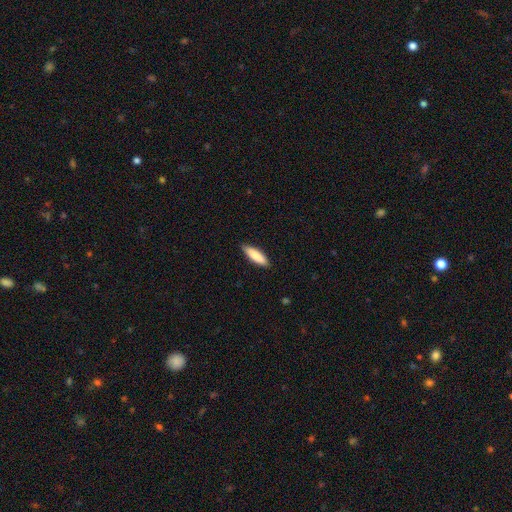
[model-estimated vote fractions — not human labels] This is clearly a smooth galaxy (84%). How rounded: possibly cigar-shaped (58%). Merging: clearly none (87%).